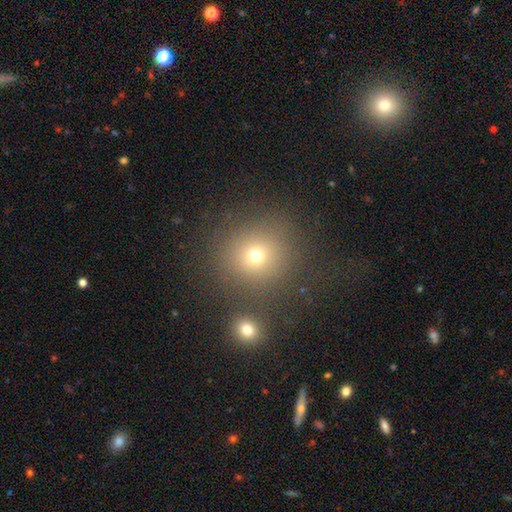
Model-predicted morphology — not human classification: This appears to be a smooth galaxy with no disk features (69%) that is round (89%). Merging: none (76%).